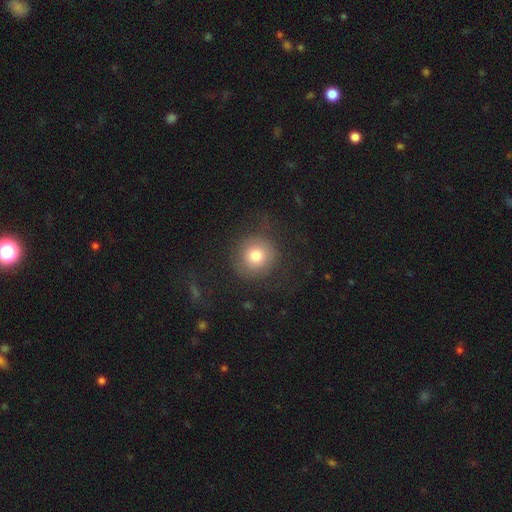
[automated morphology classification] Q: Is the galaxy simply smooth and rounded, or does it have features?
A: smooth — 75%.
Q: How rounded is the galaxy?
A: round — 93%.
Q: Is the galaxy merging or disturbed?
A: none — 75%.